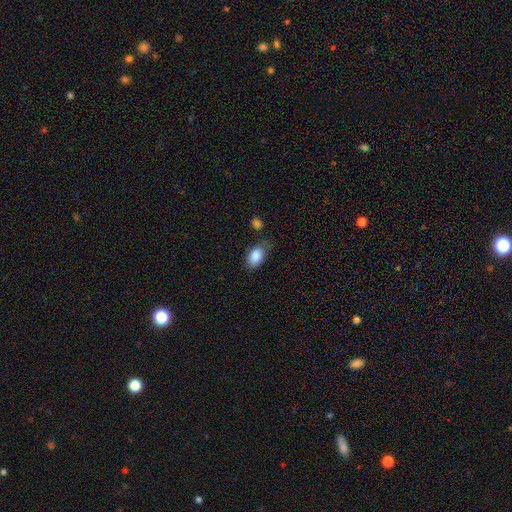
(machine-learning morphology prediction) smooth_or_featured: smooth (p=0.86) [alt: star or artifact p=0.07]
how_rounded: in between (p=0.91) [alt: round p=0.07]
merging: none (p=0.62) [alt: minor disturbance p=0.26]